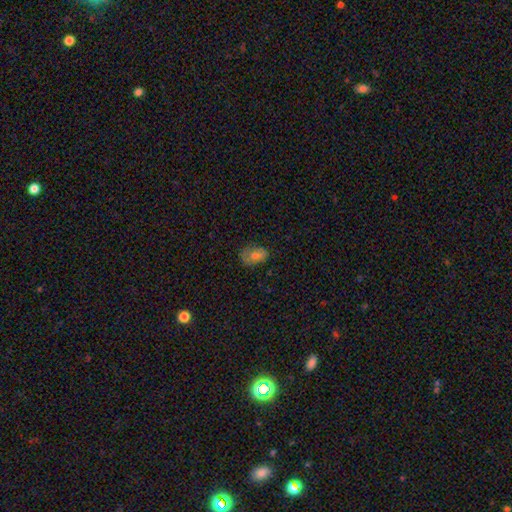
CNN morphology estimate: Overall: smooth (62%; featured or disk 23%). How rounded: in between (78%). Merging: none (64%; minor disturbance 25%).